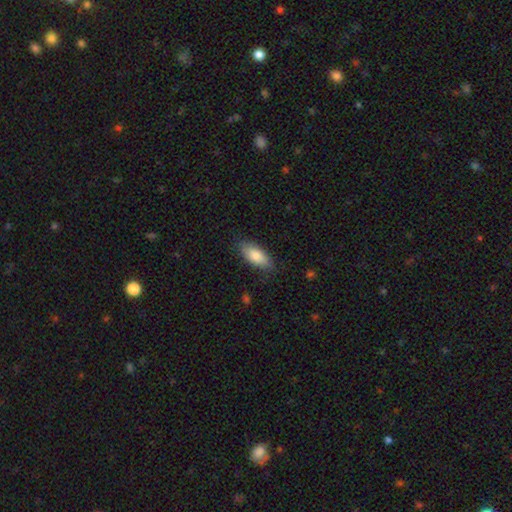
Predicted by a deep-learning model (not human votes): Morphology: type=smooth (82%); roundness=in between (83%); merging=none (82%).